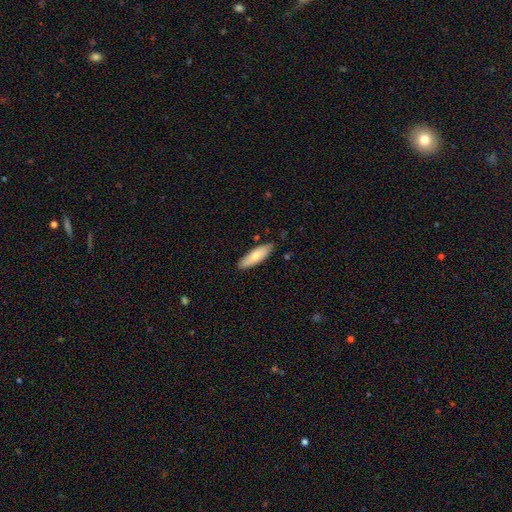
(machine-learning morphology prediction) smooth_or_featured: smooth (p=0.76) [alt: featured or disk p=0.19]
how_rounded: in between (p=0.52) [alt: cigar-shaped p=0.46]
merging: none (p=0.85) [alt: minor disturbance p=0.12]